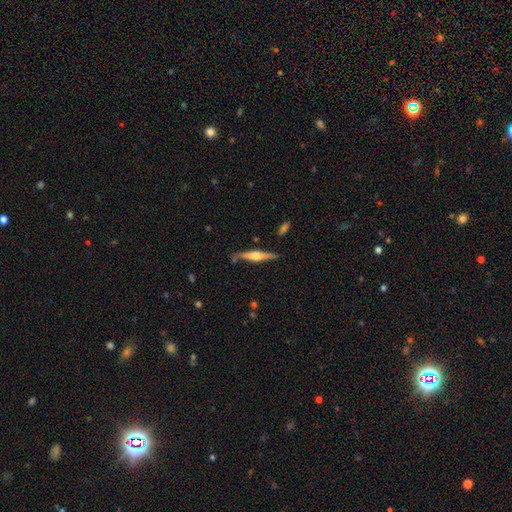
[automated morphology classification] Q: Smooth or featured?
A: featured or disk (64%); runner-up: smooth (30%)
Q: Edge-on disk?
A: yes (97%); runner-up: no (3%)
Q: Edge-on bulge?
A: rounded (82%); runner-up: boxy (13%)
Q: Merging?
A: none (81%); runner-up: minor disturbance (13%)